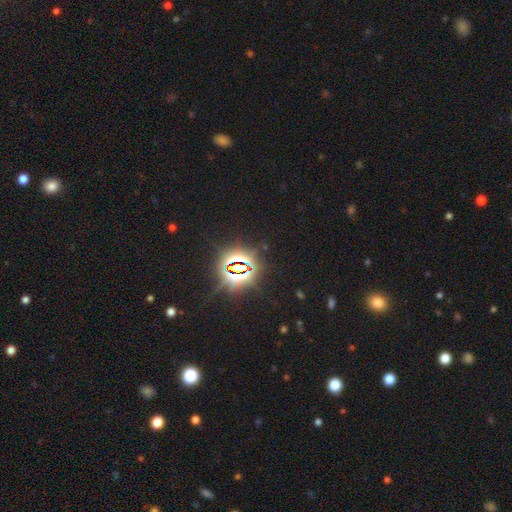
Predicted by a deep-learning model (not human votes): smooth_or_featured: star or artifact (p=0.82) [alt: smooth p=0.11]